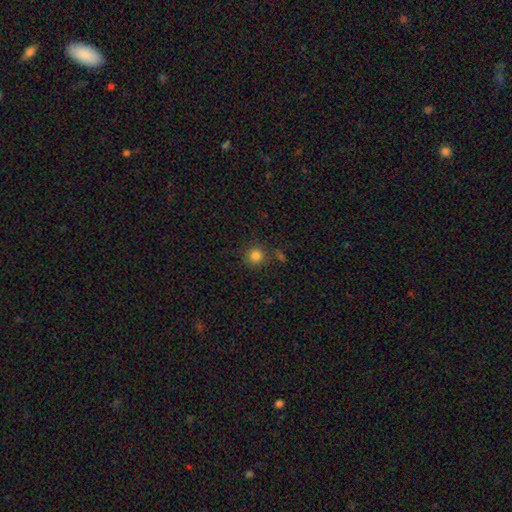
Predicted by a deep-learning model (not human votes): Smooth or featured: smooth — 82% (star or artifact — 13%)
How rounded: round — 93% (in between — 6%)
Merging: none — 82% (minor disturbance — 9%)